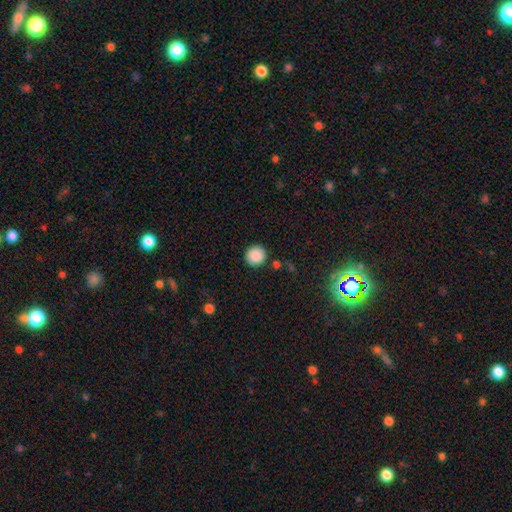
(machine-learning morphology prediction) smooth-or-featured: smooth: 88% | star or artifact: 9% | featured or disk: 3%
  how-rounded: round: 95% | in between: 4% | cigar-shaped: 1%
  merging: none: 90% | minor disturbance: 6% | merger: 2% | major disturbance: 2%